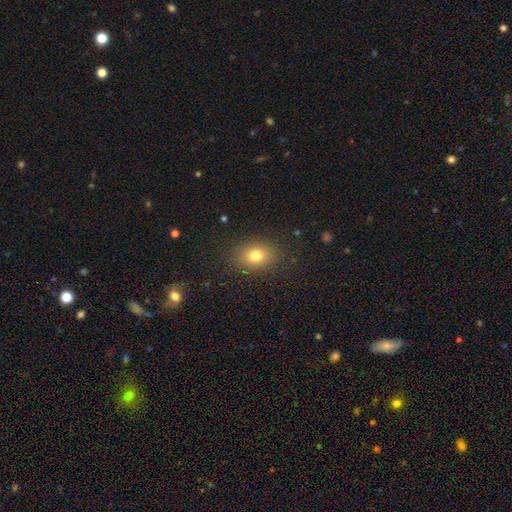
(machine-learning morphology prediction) Overall: smooth (79%). How rounded: in between (71%). Merging: none (86%).